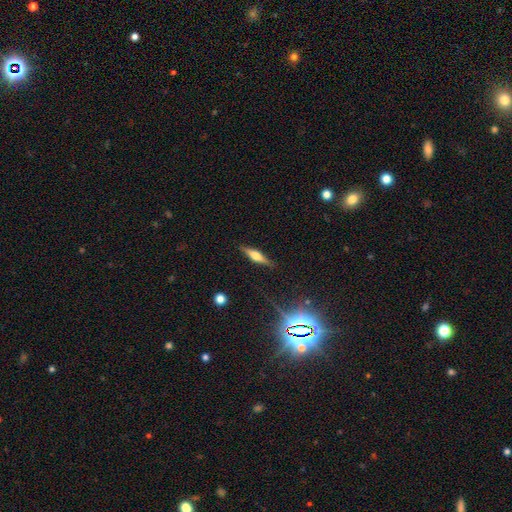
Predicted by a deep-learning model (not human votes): This appears to be a featured or disk galaxy (57%) viewed edge-on (95%) with a rounded central bulge (87%). Merging: none (87%).